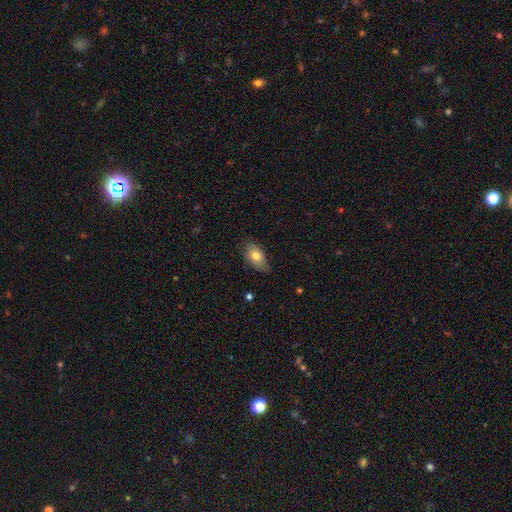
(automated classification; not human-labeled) The model was most divided on "merging": none: 73%, minor disturbance: 22%, major disturbance: 3%, merger: 1%. More confident: how rounded — in between (90%); smooth or featured — smooth (78%).